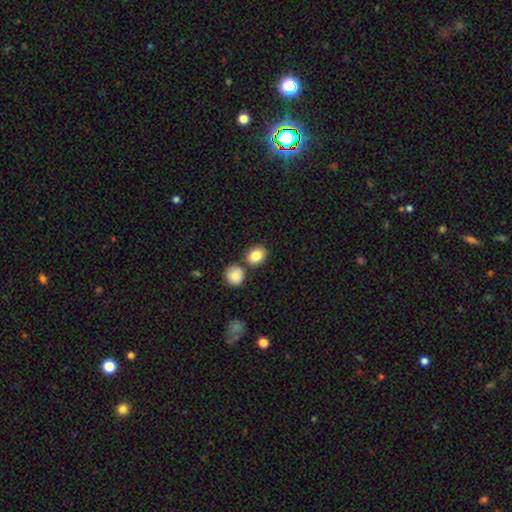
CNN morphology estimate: A smooth galaxy with no disk features (86%) that is in between round and cigar-shaped (56%). Merging: none (70%).